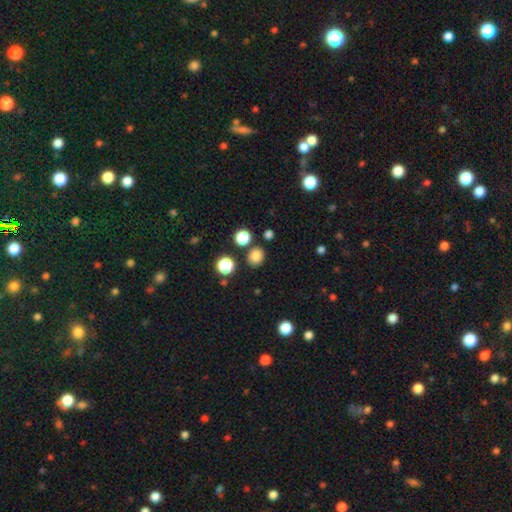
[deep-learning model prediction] Smooth or featured? Predicted: smooth (p=0.81). How rounded? Predicted: round (p=0.74). Merging? Predicted: none (p=0.81).